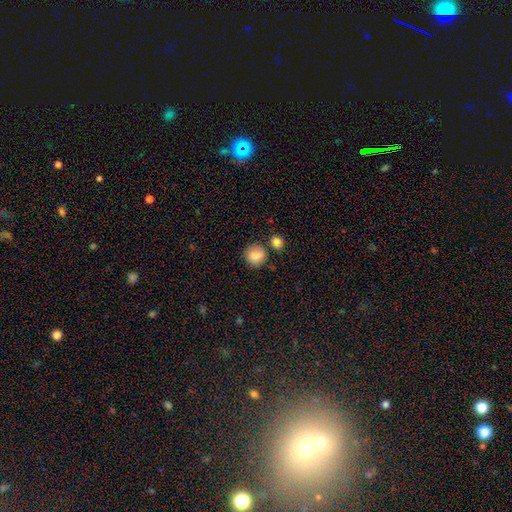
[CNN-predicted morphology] Overall: smooth (84%). How rounded: round (85%). Merging: none (75%).